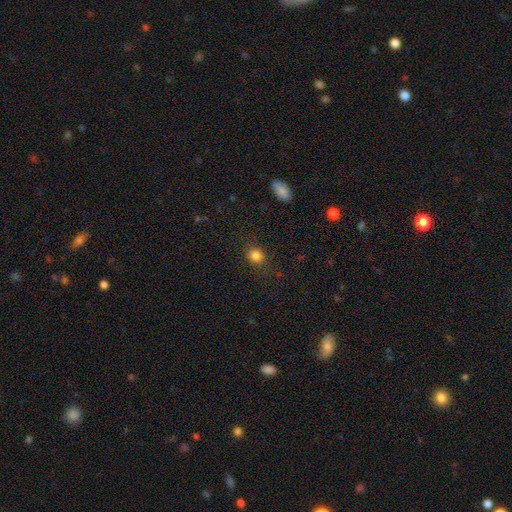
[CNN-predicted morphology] Smooth or featured?
  - smooth: 84% *
  - star or artifact: 12%
  - featured or disk: 4%
How rounded?
  - round: 77% *
  - in between: 22%
  - cigar-shaped: 1%
Merging?
  - none: 84% *
  - minor disturbance: 11%
  - major disturbance: 4%
  - merger: 1%